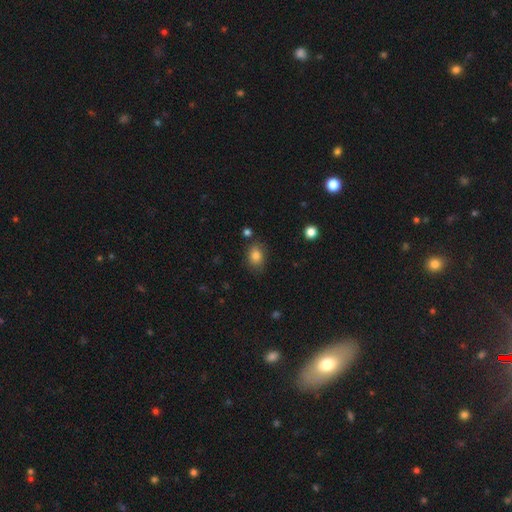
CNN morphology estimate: Smooth or featured? Predicted: smooth (p=0.82). How rounded? Predicted: in between (p=0.67). Merging? Predicted: none (p=0.76).